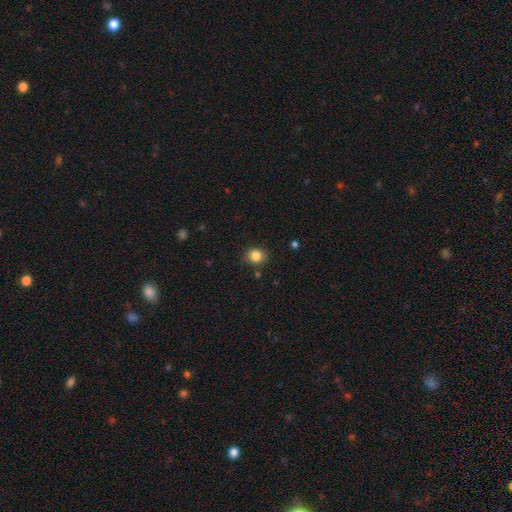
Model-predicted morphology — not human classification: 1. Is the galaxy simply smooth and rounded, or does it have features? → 84% smooth, 11% star or artifact, 5% featured or disk.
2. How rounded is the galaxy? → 74% round, 25% in between, 1% cigar-shaped.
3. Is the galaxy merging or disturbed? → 82% none, 13% minor disturbance, 3% major disturbance, 2% merger.